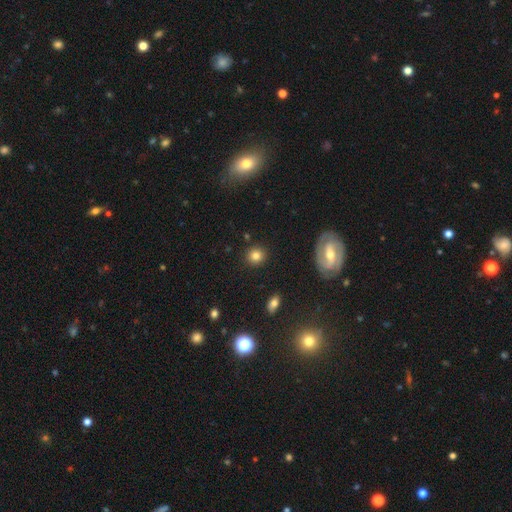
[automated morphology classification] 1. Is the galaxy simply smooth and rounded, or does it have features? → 82% smooth, 10% star or artifact, 8% featured or disk.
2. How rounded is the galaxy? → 87% round, 12% in between, 1% cigar-shaped.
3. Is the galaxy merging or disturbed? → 89% none, 7% minor disturbance, 2% major disturbance, 2% merger.